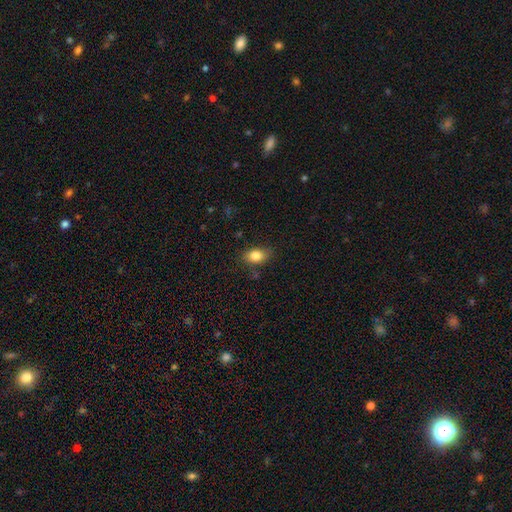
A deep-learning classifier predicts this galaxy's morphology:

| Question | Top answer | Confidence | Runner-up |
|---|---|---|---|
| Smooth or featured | smooth | 84% | star or artifact (9%) |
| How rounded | in between | 82% | round (16%) |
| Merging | none | 79% | minor disturbance (16%) |